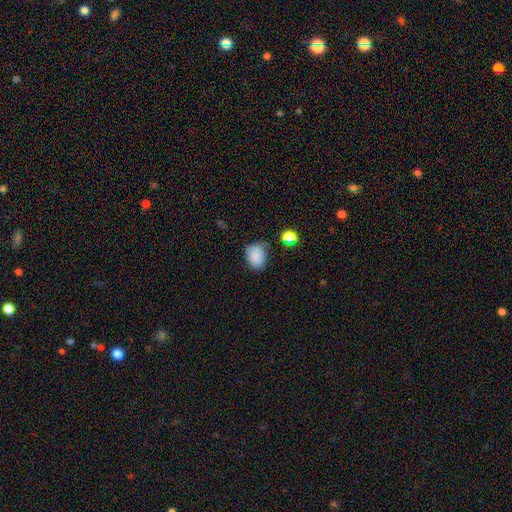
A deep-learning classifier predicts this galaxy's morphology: type=smooth (83%); roundness=in between (65%); merging=none (57%).